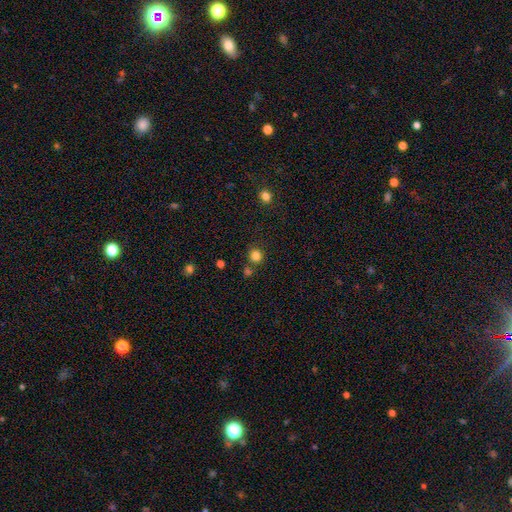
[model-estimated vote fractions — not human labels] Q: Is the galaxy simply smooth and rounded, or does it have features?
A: smooth — 82%.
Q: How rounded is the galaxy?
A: round — 90%.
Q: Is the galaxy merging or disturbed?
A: none — 76%.